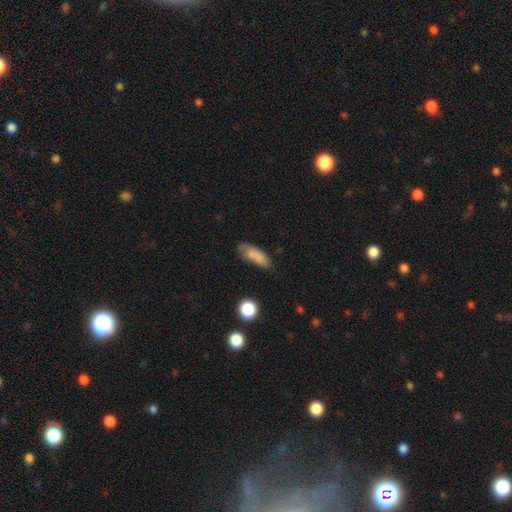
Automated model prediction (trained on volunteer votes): smooth-or-featured: smooth: 78% | featured or disk: 13% | star or artifact: 9%
  how-rounded: in between: 66% | cigar-shaped: 31% | round: 3%
  merging: none: 57% | minor disturbance: 28% | major disturbance: 9% | merger: 6%